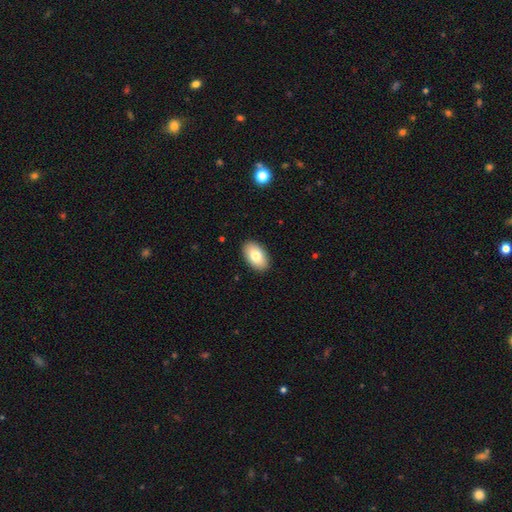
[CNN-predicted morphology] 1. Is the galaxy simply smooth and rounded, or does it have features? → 80% smooth, 13% featured or disk, 7% star or artifact.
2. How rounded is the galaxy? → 94% in between, 5% round, 1% cigar-shaped.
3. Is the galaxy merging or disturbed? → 90% none, 7% minor disturbance, 2% major disturbance, 1% merger.